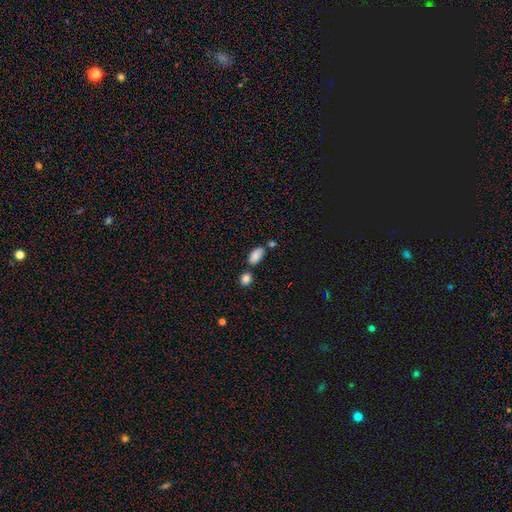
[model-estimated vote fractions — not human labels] Smooth or featured? Predicted: smooth (p=0.84). How rounded? Predicted: in between (p=0.91). Merging? Predicted: none (p=0.63).